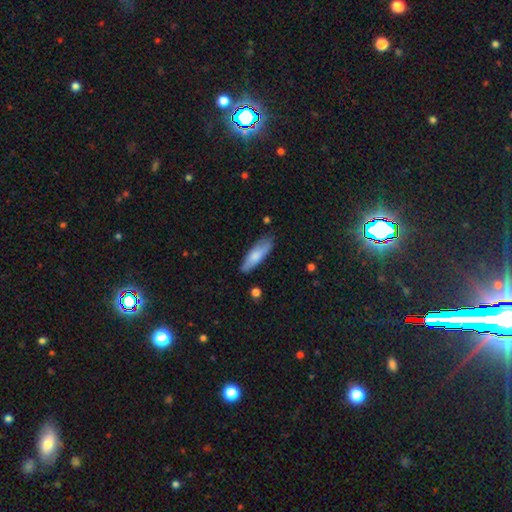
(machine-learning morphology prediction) A smooth galaxy with no disk features (72%) that is cigar-shaped (56%). Merging: none (77%).